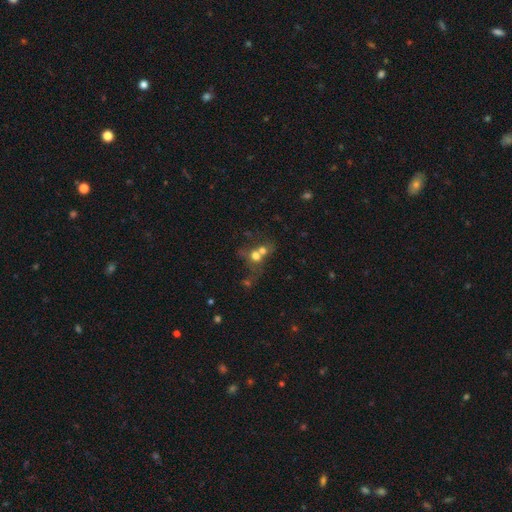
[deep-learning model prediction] smooth-or-featured: smooth: 60% | featured or disk: 24% | star or artifact: 16%
  how-rounded: round: 69% | in between: 29% | cigar-shaped: 2%
  merging: merger: 65% | none: 21% | major disturbance: 7% | minor disturbance: 6%